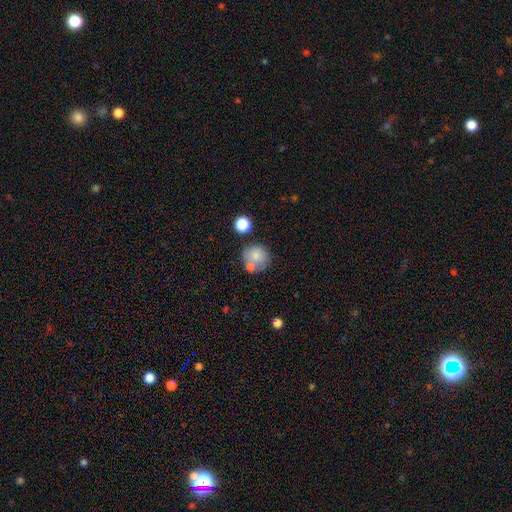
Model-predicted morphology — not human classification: smooth-or-featured: smooth: 77% | featured or disk: 14% | star or artifact: 9%
  how-rounded: round: 89% | in between: 10% | cigar-shaped: 1%
  merging: none: 61% | merger: 20% | minor disturbance: 14% | major disturbance: 5%